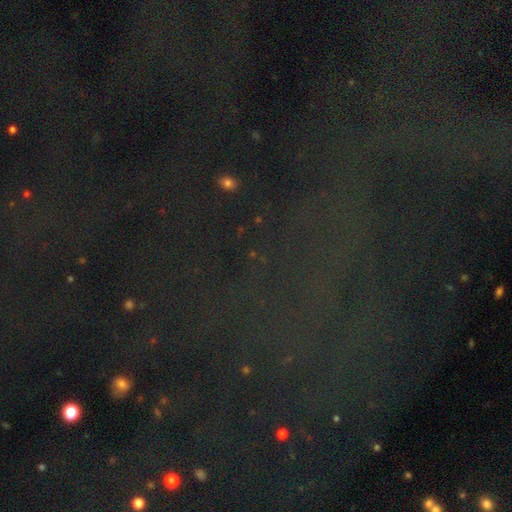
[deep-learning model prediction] A star or artifact, not a galaxy (77%).